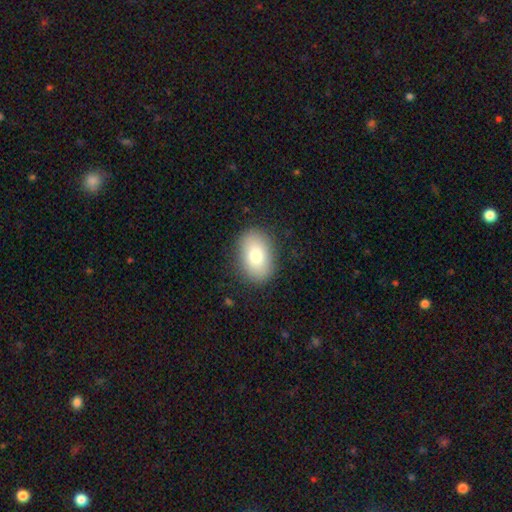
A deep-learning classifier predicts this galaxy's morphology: Smooth or featured? Predicted: smooth (p=0.80). How rounded? Predicted: in between (p=0.84). Merging? Predicted: none (p=0.87).